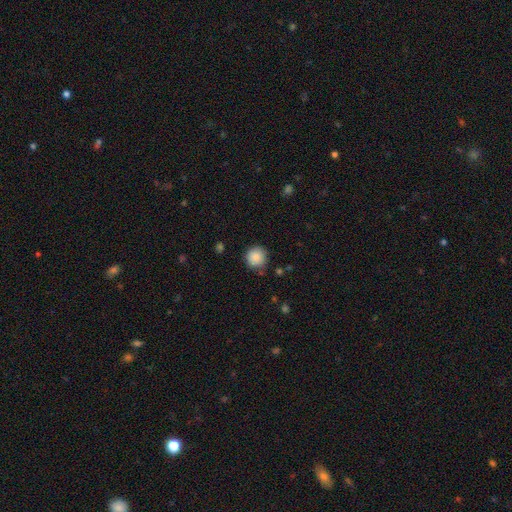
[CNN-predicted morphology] smooth-or-featured: smooth: 87% | star or artifact: 8% | featured or disk: 4%
  how-rounded: round: 92% | in between: 7% | cigar-shaped: 1%
  merging: none: 85% | minor disturbance: 11% | major disturbance: 3% | merger: 2%